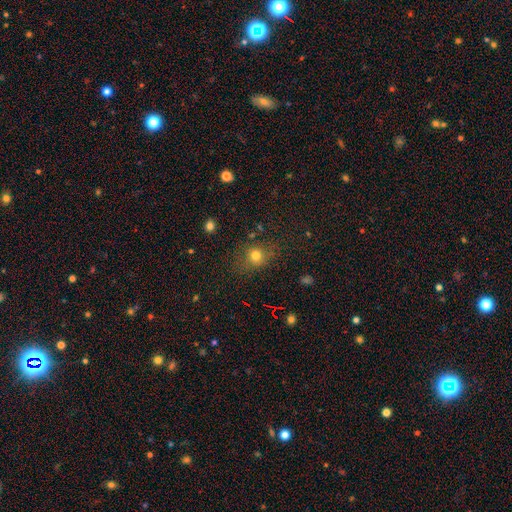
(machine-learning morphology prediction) Overall: smooth (74%). How rounded: round (74%). Merging: none (75%).